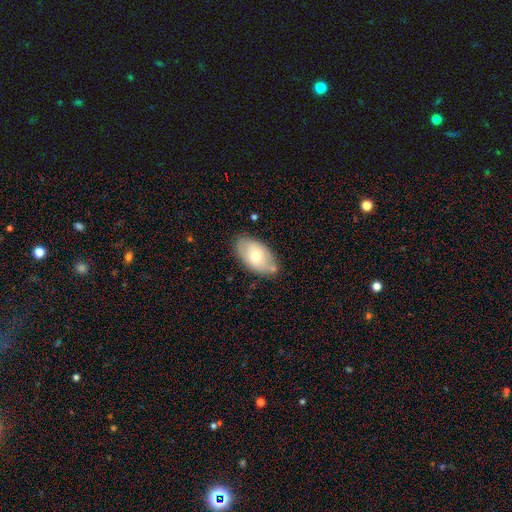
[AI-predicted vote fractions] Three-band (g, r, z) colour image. It shows a smooth galaxy with no disk features (64%) that is in between round and cigar-shaped (93%). Merging: none (74%).